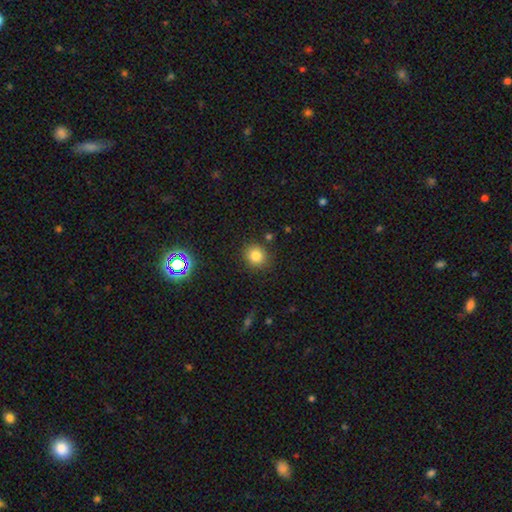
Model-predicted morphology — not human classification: smooth_or_featured: smooth (p=0.81) [alt: star or artifact p=0.13]
how_rounded: round (p=0.82) [alt: in between p=0.17]
merging: none (p=0.86) [alt: minor disturbance p=0.09]